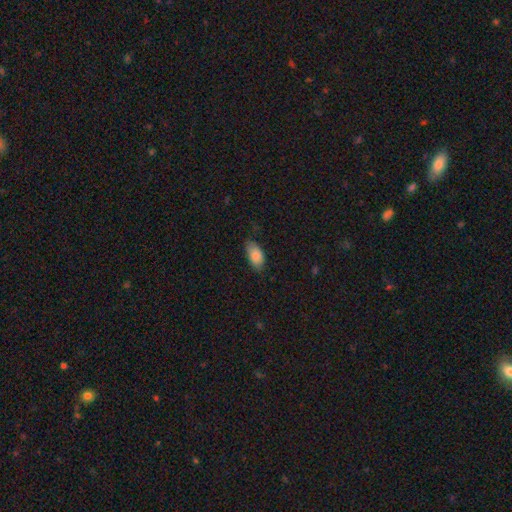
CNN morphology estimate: Overall: smooth (84%). How rounded: in between (93%). Merging: none (71%).